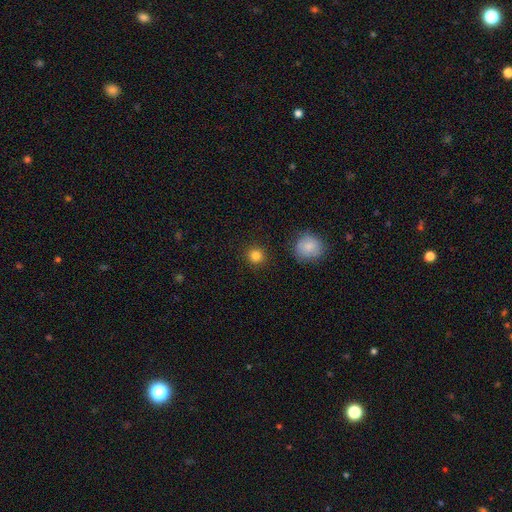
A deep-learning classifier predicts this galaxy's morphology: This is clearly a smooth galaxy (84%). How rounded: clearly round (94%). Merging: clearly none (91%).